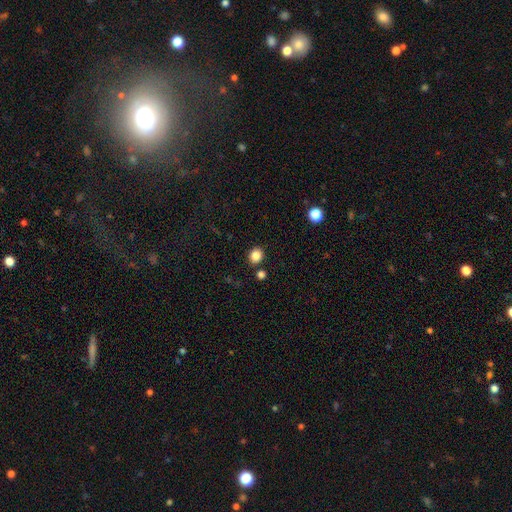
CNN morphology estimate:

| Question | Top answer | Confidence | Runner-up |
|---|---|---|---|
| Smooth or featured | smooth | 85% | star or artifact (11%) |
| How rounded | round | 68% | in between (31%) |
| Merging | none | 85% | minor disturbance (8%) |